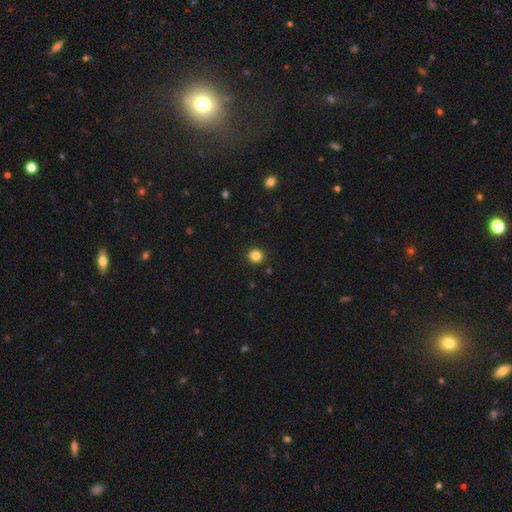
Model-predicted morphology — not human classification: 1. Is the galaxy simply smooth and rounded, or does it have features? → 84% smooth, 12% star or artifact, 4% featured or disk.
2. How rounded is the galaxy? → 91% round, 8% in between, 1% cigar-shaped.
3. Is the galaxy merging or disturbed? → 92% none, 5% minor disturbance, 2% major disturbance, 1% merger.